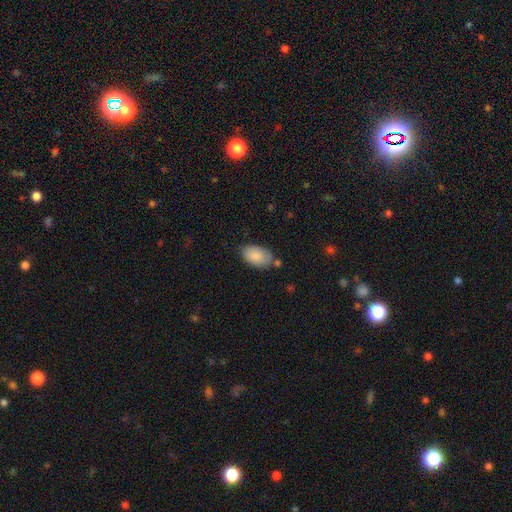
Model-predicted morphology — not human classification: Q: Smooth or featured?
A: smooth (84%); runner-up: featured or disk (10%)
Q: How rounded?
A: in between (94%); runner-up: round (4%)
Q: Merging?
A: none (68%); runner-up: minor disturbance (21%)